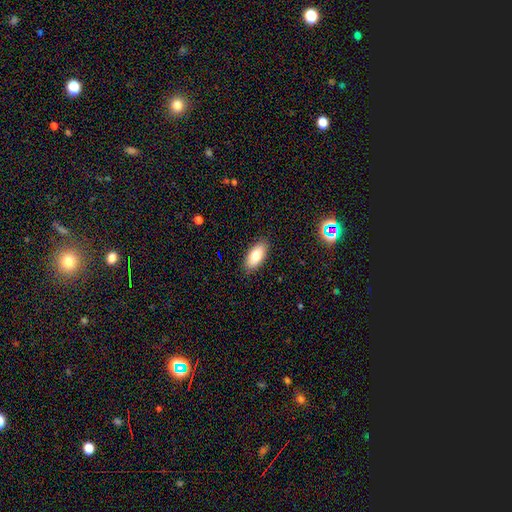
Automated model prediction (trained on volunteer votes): smooth 81%, featured or disk 11%, star or artifact 7%. Down the decision tree: how rounded — in between (89%); merging — none (88%).